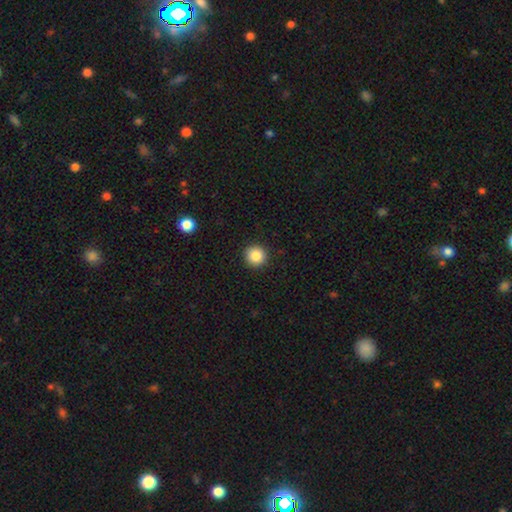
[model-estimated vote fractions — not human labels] Smooth or featured? smooth (86%)
How rounded? round (95%)
Merging? none (92%)